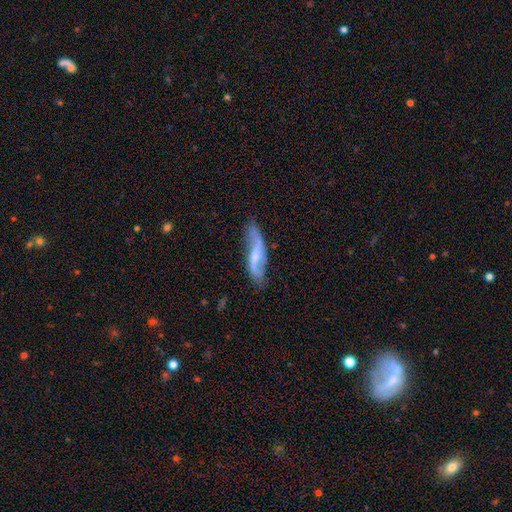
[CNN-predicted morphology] Q: Smooth or featured?
A: featured or disk (75%); runner-up: smooth (20%)
Q: Edge-on disk?
A: no (82%); runner-up: yes (18%)
Q: Bar?
A: weak (46%); runner-up: strong (27%)
Q: Spiral arms?
A: yes (91%); runner-up: no (9%)
Q: Spiral winding?
A: loose (67%); runner-up: medium (24%)
Q: Spiral arm count?
A: 2 (87%); runner-up: can't tell (6%)
Q: Bulge size?
A: small (47%); runner-up: moderate (36%)
Q: Merging?
A: none (69%); runner-up: minor disturbance (22%)